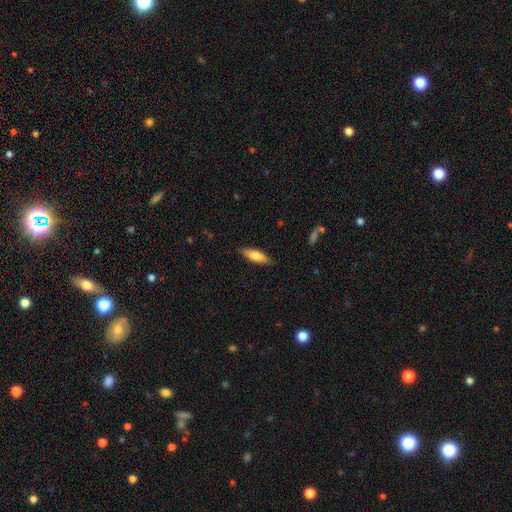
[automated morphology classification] smooth-or-featured: smooth: 76% | featured or disk: 18% | star or artifact: 6%
  how-rounded: cigar-shaped: 51% | in between: 47% | round: 2%
  merging: none: 85% | minor disturbance: 11% | major disturbance: 2% | merger: 1%